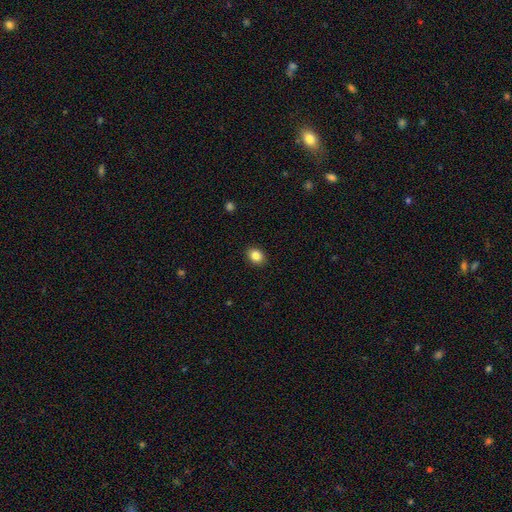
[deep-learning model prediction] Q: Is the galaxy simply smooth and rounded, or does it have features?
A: smooth — 86%.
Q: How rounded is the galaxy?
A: in between — 56%.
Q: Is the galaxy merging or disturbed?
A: none — 90%.